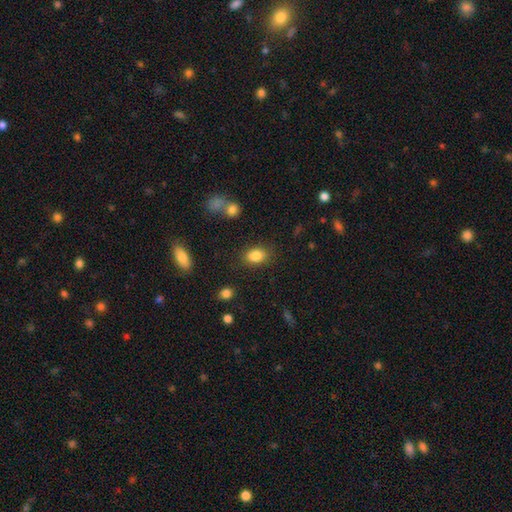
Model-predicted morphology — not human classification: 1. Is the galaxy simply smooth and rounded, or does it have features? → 85% smooth, 9% star or artifact, 6% featured or disk.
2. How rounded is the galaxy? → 78% in between, 21% round, 1% cigar-shaped.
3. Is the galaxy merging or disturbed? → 82% none, 11% minor disturbance, 4% major disturbance, 3% merger.